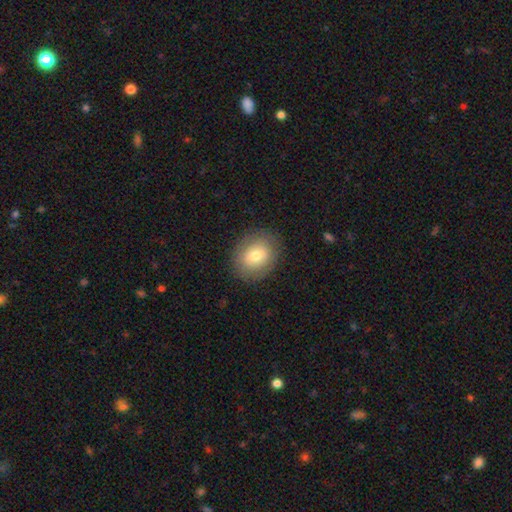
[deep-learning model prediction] Smooth or featured? Predicted: smooth (p=0.72). How rounded? Predicted: round (p=0.53). Merging? Predicted: none (p=0.85).